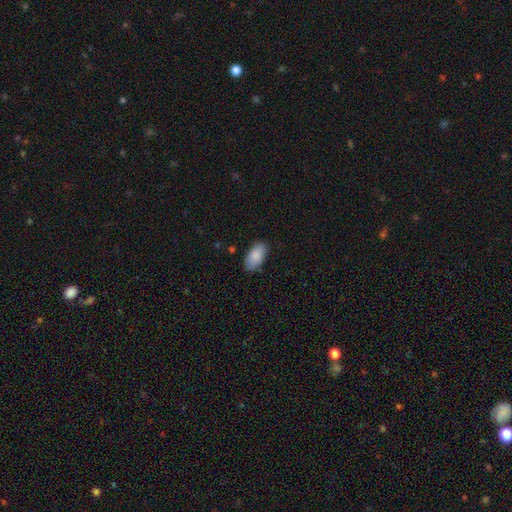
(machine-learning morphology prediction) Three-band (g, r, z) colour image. It shows a smooth galaxy with no disk features (89%) that is in between round and cigar-shaped (95%). Merging: none (85%).